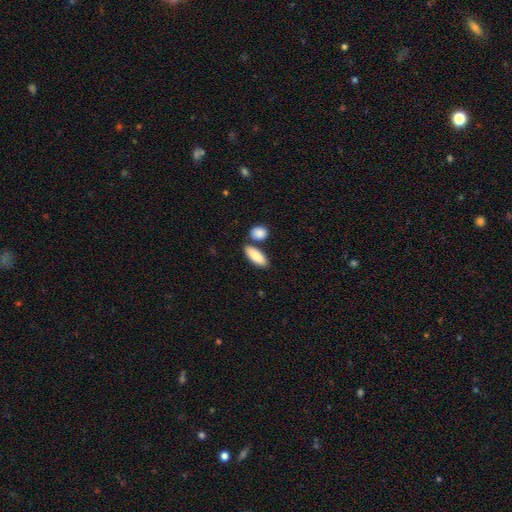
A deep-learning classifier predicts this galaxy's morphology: A smooth galaxy with no disk features (88%) that is in between round and cigar-shaped (77%).

Vote fractions:
- Smooth or featured? smooth: 88% / featured or disk: 7% / star or artifact: 5%
- How rounded? in between: 77% / cigar-shaped: 20% / round: 3%
- Merging? none: 71% / merger: 16% / minor disturbance: 10% / major disturbance: 3%